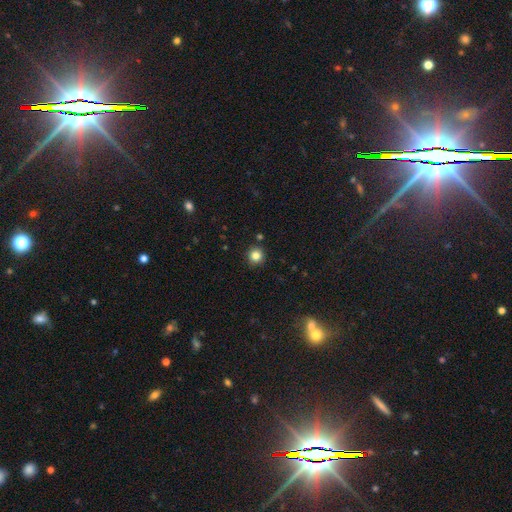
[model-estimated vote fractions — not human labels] smooth-or-featured: smooth: 83% | star or artifact: 12% | featured or disk: 5%
  how-rounded: round: 94% | in between: 5% | cigar-shaped: 1%
  merging: none: 90% | minor disturbance: 6% | merger: 2% | major disturbance: 2%